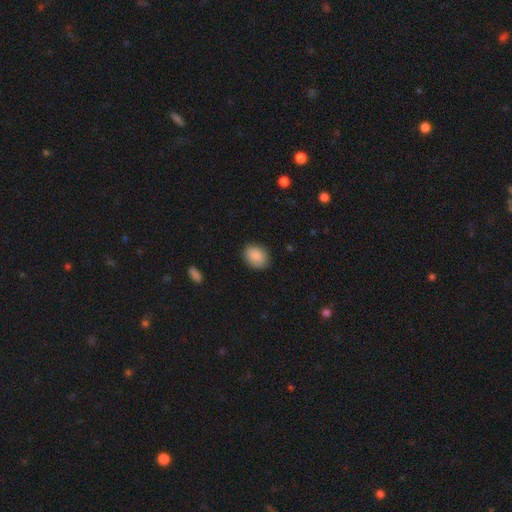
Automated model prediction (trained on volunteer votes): Morphology: type=smooth (88%); roundness=in between (59%); merging=none (83%).